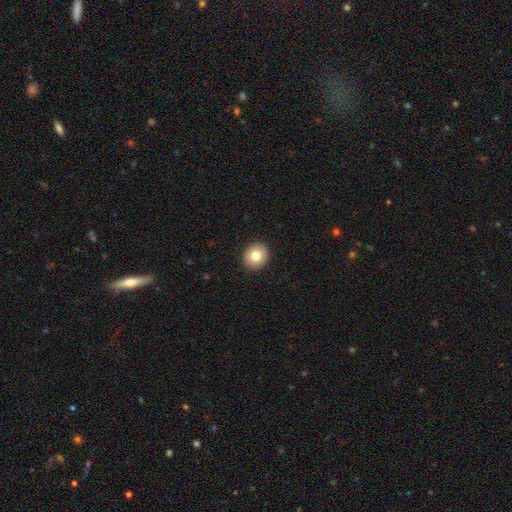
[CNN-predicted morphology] A smooth galaxy with no disk features (80%) that is round (82%).

Vote fractions:
- Smooth or featured? smooth: 80% / featured or disk: 11% / star or artifact: 9%
- How rounded? round: 82% / in between: 17% / cigar-shaped: 1%
- Merging? none: 92% / minor disturbance: 5% / major disturbance: 2% / merger: 1%